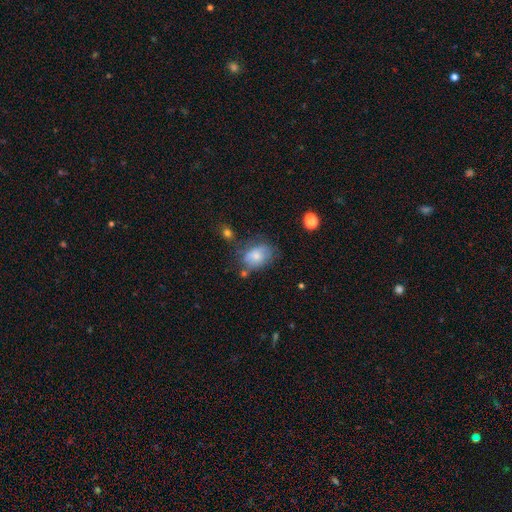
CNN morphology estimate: Smooth or featured?
  - smooth: 71% *
  - featured or disk: 20%
  - star or artifact: 9%
How rounded?
  - in between: 75% *
  - round: 23%
  - cigar-shaped: 1%
Merging?
  - none: 49% *
  - minor disturbance: 30%
  - major disturbance: 14%
  - merger: 7%